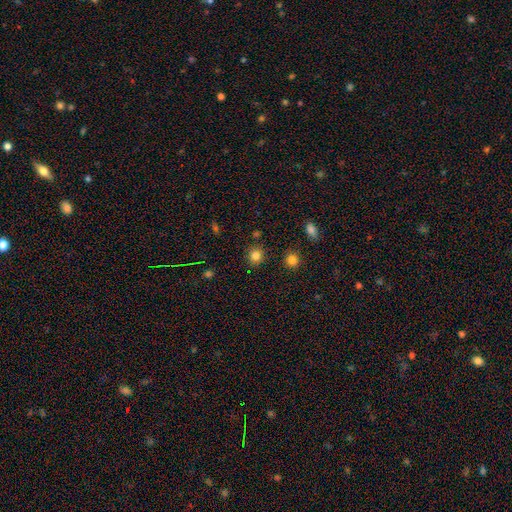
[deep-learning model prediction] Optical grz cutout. It shows a smooth galaxy with no disk features (82%) that is round (88%). Merging: none (88%).